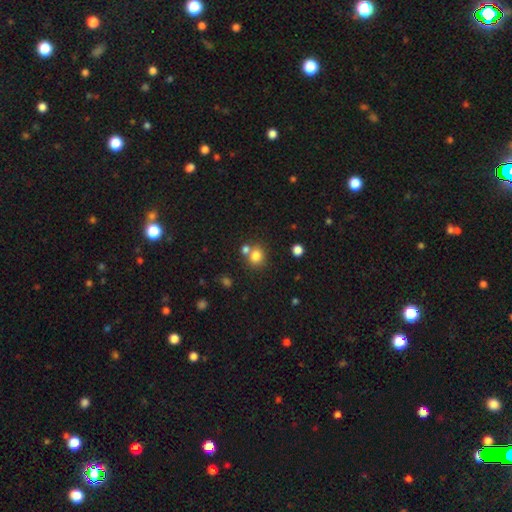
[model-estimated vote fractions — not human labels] smooth 79%, star or artifact 13%, featured or disk 8%. Down the decision tree: how rounded — round (74%); merging — none (58%).